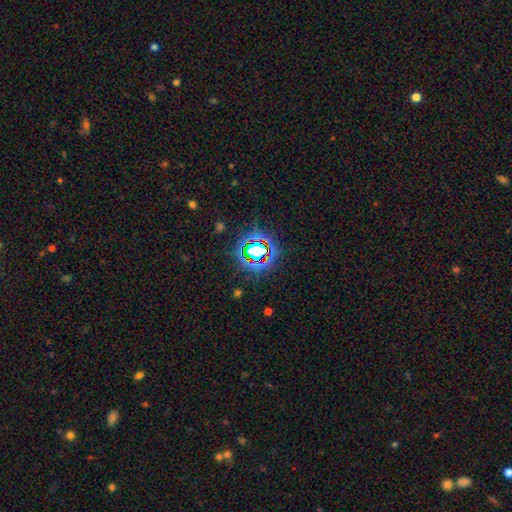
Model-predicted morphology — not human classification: A star or artifact, not a galaxy (71%).

Vote fractions:
- Smooth or featured? star or artifact: 71% / smooth: 18% / featured or disk: 10%